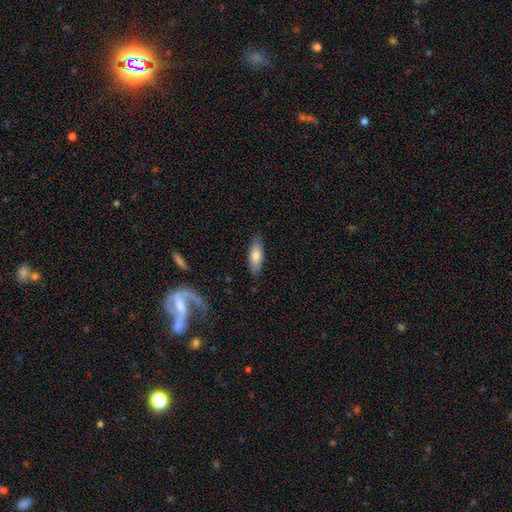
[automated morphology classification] Smooth or featured? Predicted: smooth (p=0.77). How rounded? Predicted: in between (p=0.65). Merging? Predicted: none (p=0.84).